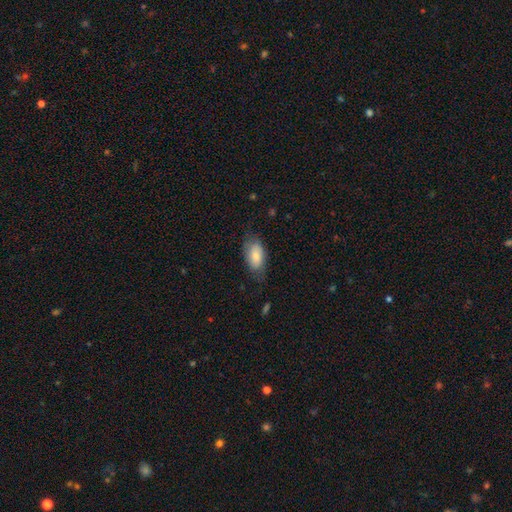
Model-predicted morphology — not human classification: Smooth or featured: smooth — 79% (featured or disk — 15%)
How rounded: in between — 92% (cigar-shaped — 4%)
Merging: none — 67% (minor disturbance — 24%)